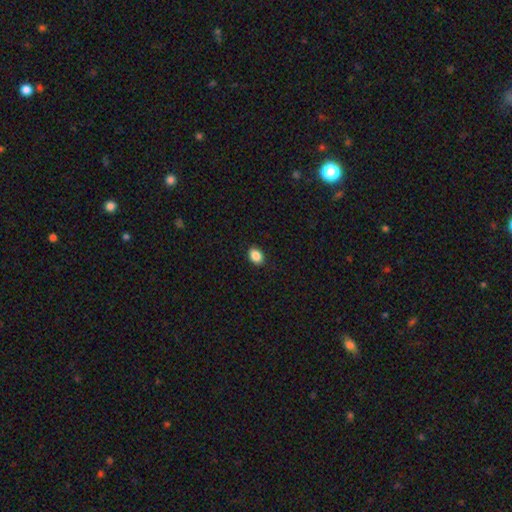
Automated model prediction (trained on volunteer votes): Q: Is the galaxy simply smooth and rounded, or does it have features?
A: smooth — 88%.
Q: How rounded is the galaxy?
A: in between — 71%.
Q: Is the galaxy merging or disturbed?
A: none — 90%.